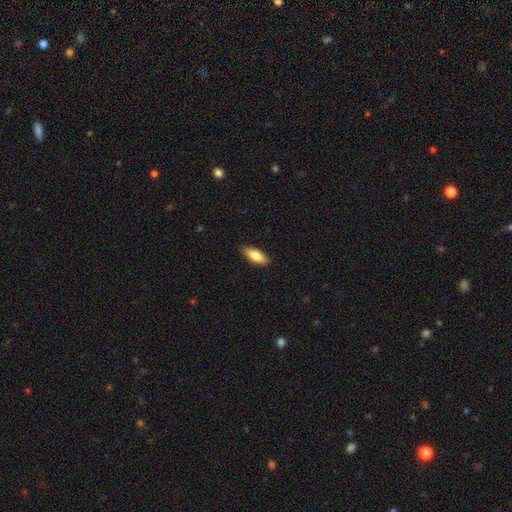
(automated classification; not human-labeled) Smooth or featured: smooth — 85% (featured or disk — 9%)
How rounded: in between — 73% (cigar-shaped — 25%)
Merging: none — 87% (minor disturbance — 10%)